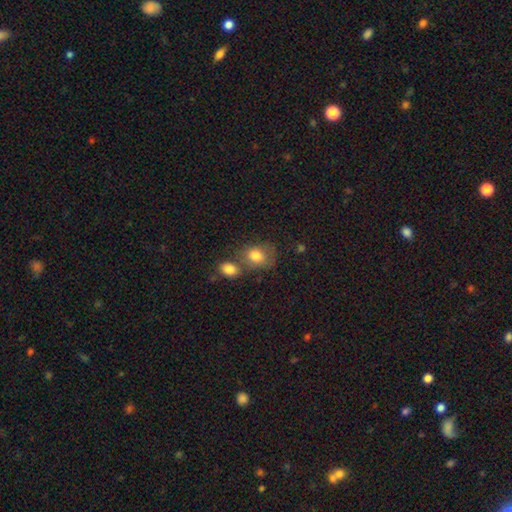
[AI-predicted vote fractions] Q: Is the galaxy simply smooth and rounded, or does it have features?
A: smooth — 79%.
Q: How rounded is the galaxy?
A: in between — 53%.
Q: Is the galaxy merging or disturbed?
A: none — 43%.